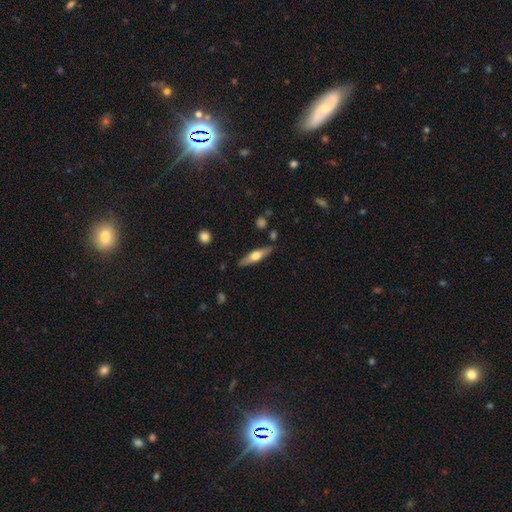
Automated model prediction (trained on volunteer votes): smooth_or_featured: featured or disk (p=0.51) [alt: smooth p=0.43]
disk_edge_on: yes (p=0.91) [alt: no p=0.09]
merging: none (p=0.84) [alt: minor disturbance p=0.10]